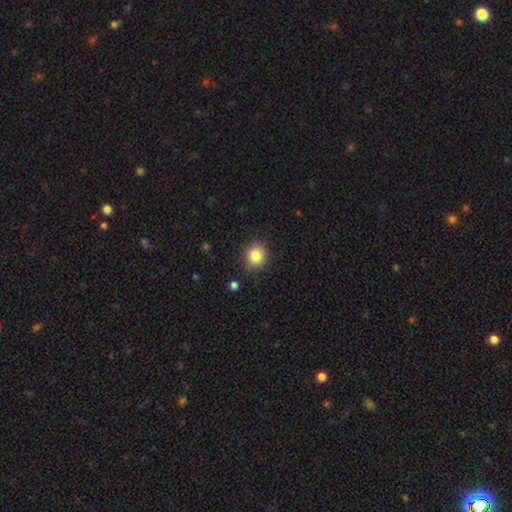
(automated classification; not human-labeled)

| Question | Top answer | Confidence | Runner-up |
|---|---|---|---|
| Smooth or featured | smooth | 84% | star or artifact (10%) |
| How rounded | round | 86% | in between (13%) |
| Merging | none | 87% | minor disturbance (9%) |